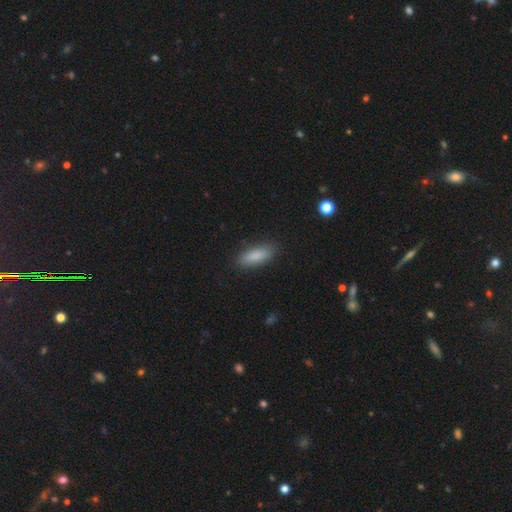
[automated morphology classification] Smooth or featured? smooth (87%)
How rounded? in between (63%)
Merging? none (86%)